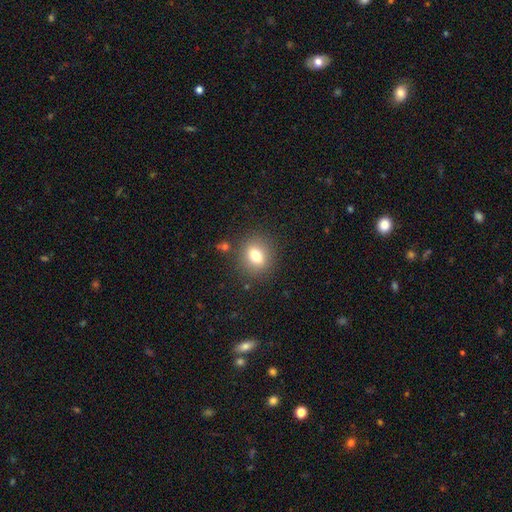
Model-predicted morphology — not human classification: Smooth or featured? smooth (76%)
How rounded? round (54%)
Merging? none (86%)